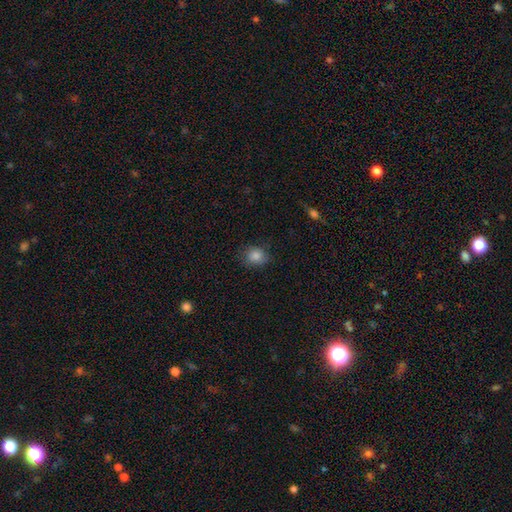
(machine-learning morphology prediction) smooth 85%, star or artifact 10%, featured or disk 5%. Down the decision tree: how rounded — round (63%); merging — none (79%).